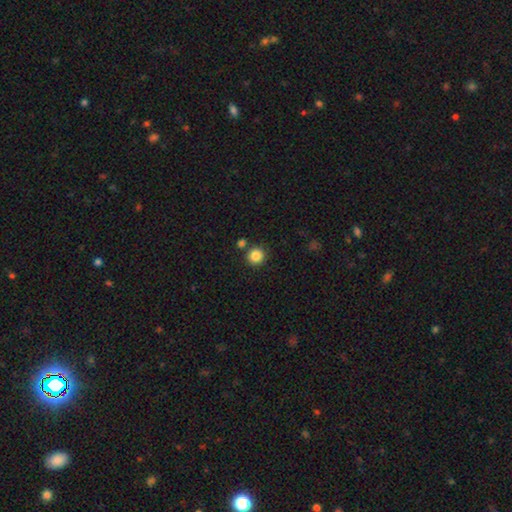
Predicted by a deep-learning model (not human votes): smooth-or-featured: smooth: 86% | star or artifact: 10% | featured or disk: 4%
  how-rounded: round: 94% | in between: 5% | cigar-shaped: 1%
  merging: none: 83% | merger: 8% | minor disturbance: 7% | major disturbance: 2%